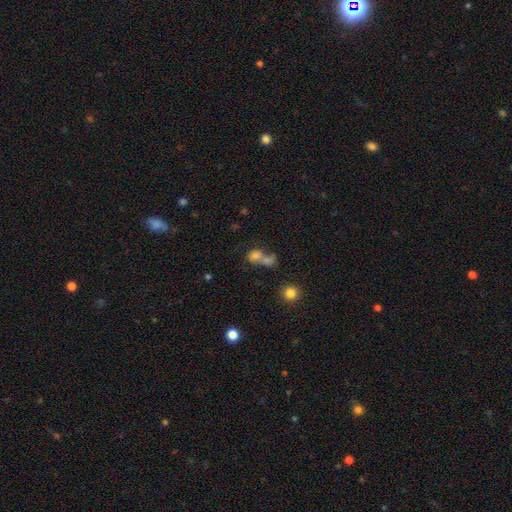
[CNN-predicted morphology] Smooth or featured: smooth — 70% (featured or disk — 16%)
How rounded: in between — 54% (round — 44%)
Merging: merger — 63% (none — 22%)